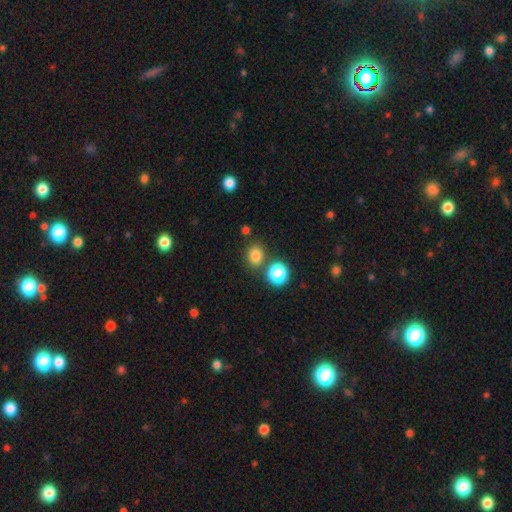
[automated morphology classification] This appears to be a smooth galaxy with no disk features (79%) that is round (53%). Merging: none (76%).